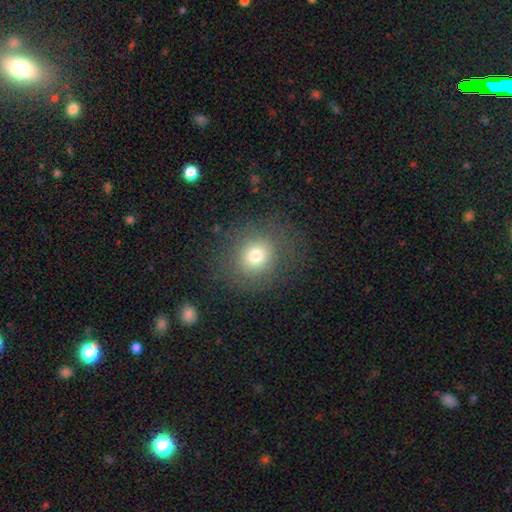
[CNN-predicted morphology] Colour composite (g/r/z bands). It shows a smooth galaxy with no disk features (76%) that is round (83%). Merging: none (80%).